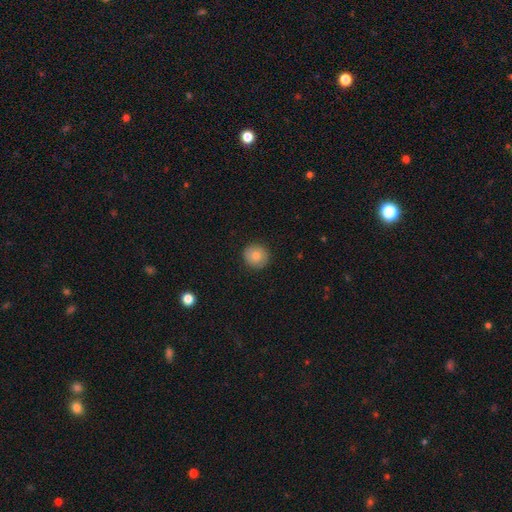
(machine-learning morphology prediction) A smooth galaxy with no disk features (79%) that is round (91%). Merging: none (90%).